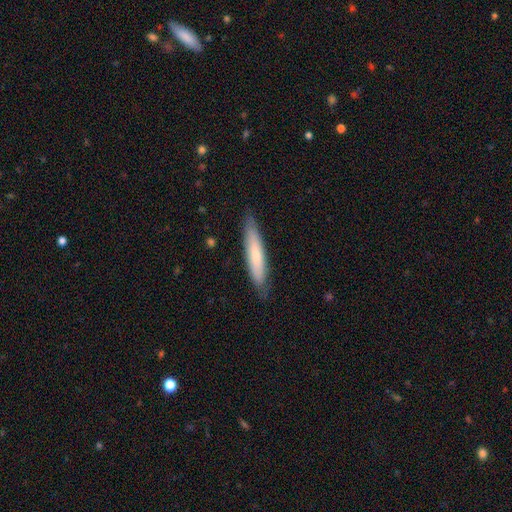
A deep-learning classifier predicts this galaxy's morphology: smooth-or-featured: smooth: 68% | featured or disk: 27% | star or artifact: 6%
  how-rounded: cigar-shaped: 86% | in between: 13% | round: 1%
  merging: none: 84% | minor disturbance: 13% | major disturbance: 2% | merger: 1%